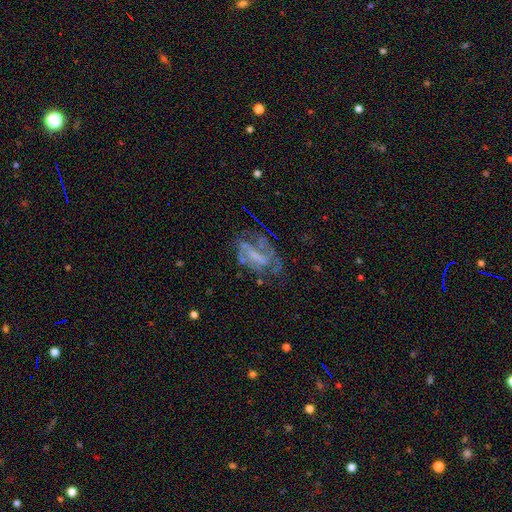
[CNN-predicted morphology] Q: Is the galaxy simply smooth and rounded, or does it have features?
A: featured or disk — 70%.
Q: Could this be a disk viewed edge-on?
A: no — 95%.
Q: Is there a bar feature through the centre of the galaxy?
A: weak — 37%.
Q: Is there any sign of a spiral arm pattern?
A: yes — 63%.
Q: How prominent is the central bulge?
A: none — 51%.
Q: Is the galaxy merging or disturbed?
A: none — 43%.